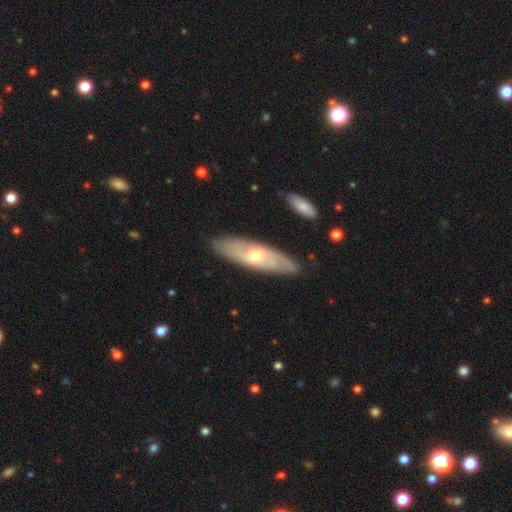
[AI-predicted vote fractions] This is likely a featured or disk galaxy (61%). It is likely not viewed edge-on (73%). Merging: clearly none (84%).